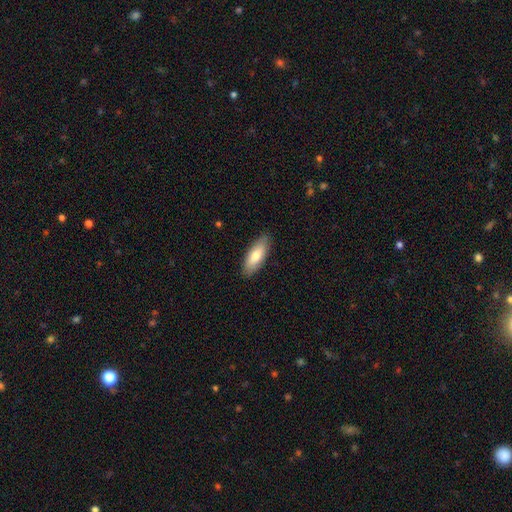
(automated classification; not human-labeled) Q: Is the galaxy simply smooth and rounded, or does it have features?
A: smooth — 76%.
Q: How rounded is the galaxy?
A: in between — 74%.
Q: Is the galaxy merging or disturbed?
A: none — 88%.